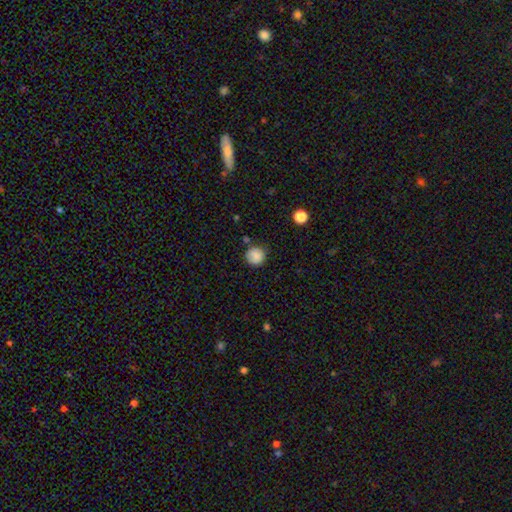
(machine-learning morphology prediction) A smooth galaxy with no disk features (85%) that is round (91%). Merging: none (80%).